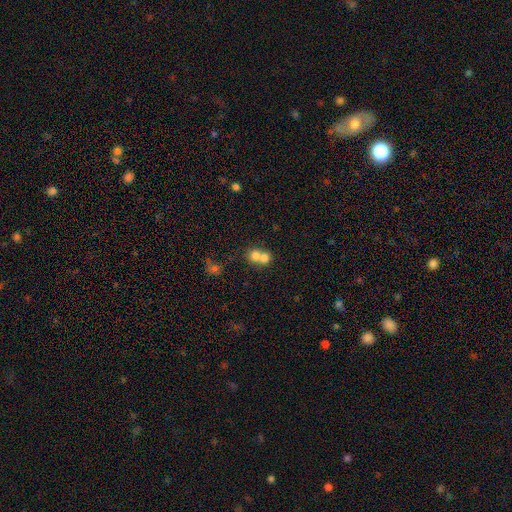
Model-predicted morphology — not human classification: This is likely a smooth galaxy (74%). How rounded: likely round (75%). Merging: likely merger (68%).